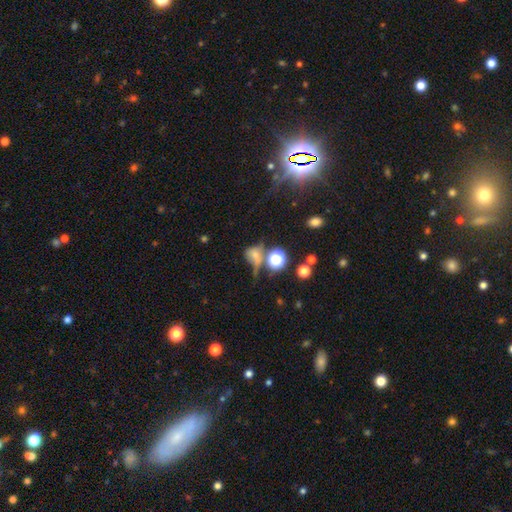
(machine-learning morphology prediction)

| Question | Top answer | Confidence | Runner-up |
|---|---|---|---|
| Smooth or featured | smooth | 53% | star or artifact (27%) |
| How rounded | round | 61% | in between (36%) |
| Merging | none | 36% | major disturbance (23%) |